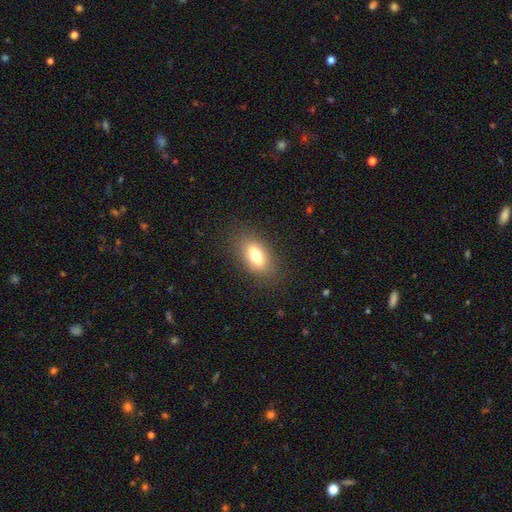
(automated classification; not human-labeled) This is likely a smooth galaxy (75%). How rounded: clearly in between (86%). Merging: clearly none (84%).